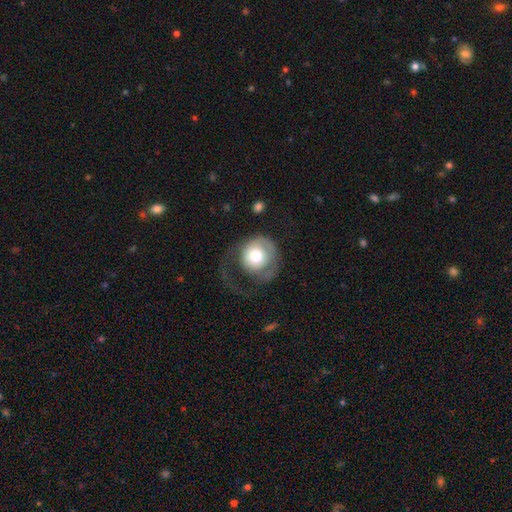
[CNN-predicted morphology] Smooth or featured: smooth — 58% (featured or disk — 35%)
How rounded: round — 87% (in between — 12%)
Merging: major disturbance — 51% (none — 30%)